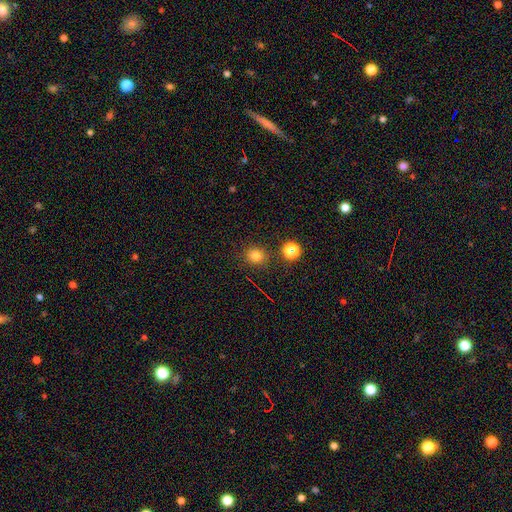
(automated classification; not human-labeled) Smooth or featured? smooth (77%)
How rounded? round (81%)
Merging? none (86%)